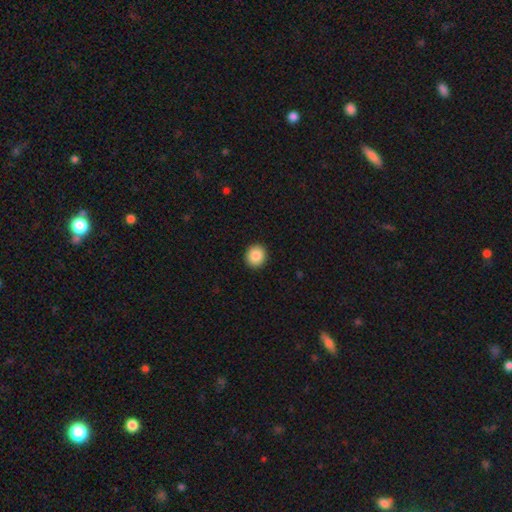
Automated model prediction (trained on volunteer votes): smooth_or_featured: smooth (p=0.87) [alt: star or artifact p=0.08]
how_rounded: round (p=0.85) [alt: in between p=0.14]
merging: none (p=0.92) [alt: minor disturbance p=0.05]